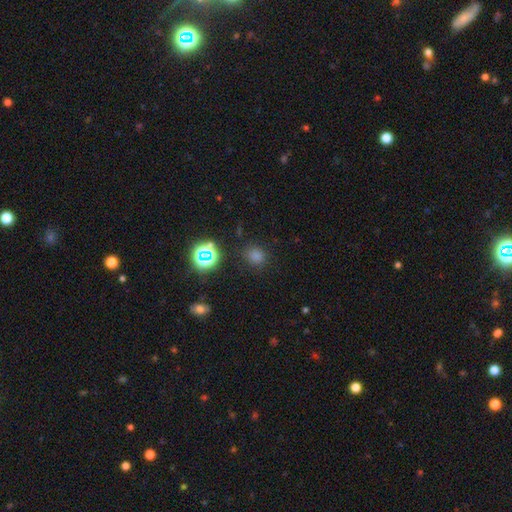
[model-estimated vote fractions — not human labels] smooth-or-featured: smooth: 65% | star or artifact: 29% | featured or disk: 5%
  how-rounded: round: 83% | in between: 16% | cigar-shaped: 1%
  merging: none: 86% | minor disturbance: 9% | major disturbance: 3% | merger: 2%